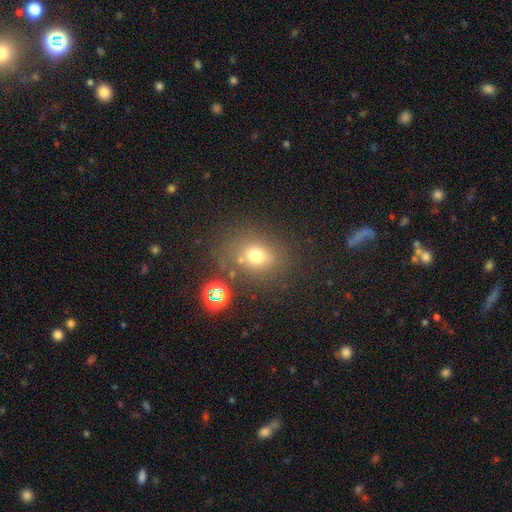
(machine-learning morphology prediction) A smooth galaxy with no disk features (71%) that is round (59%).

Vote fractions:
- Smooth or featured? smooth: 71% / star or artifact: 18% / featured or disk: 11%
- How rounded? round: 59% / in between: 40% / cigar-shaped: 1%
- Merging? none: 70% / minor disturbance: 14% / merger: 8% / major disturbance: 7%